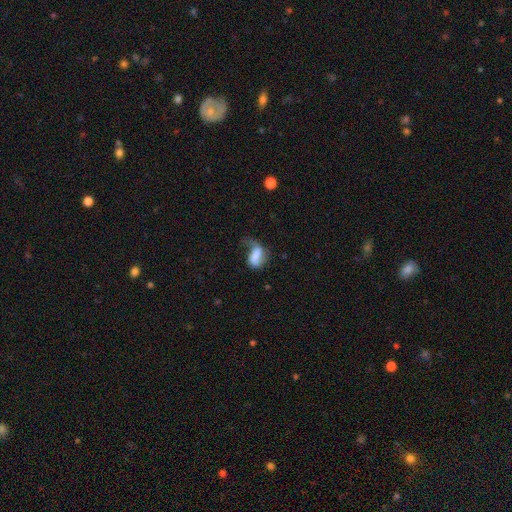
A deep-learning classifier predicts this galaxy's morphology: smooth_or_featured: smooth (p=0.51) [alt: featured or disk p=0.40]
how_rounded: in between (p=0.84) [alt: round p=0.12]
merging: major disturbance (p=0.45) [alt: minor disturbance p=0.26]